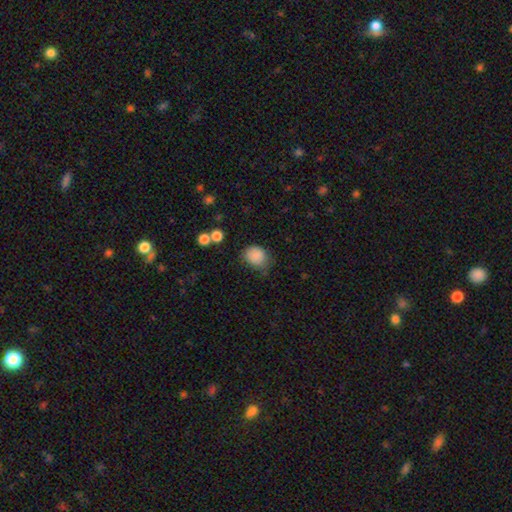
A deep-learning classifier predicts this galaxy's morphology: Smooth or featured: smooth — 86% (star or artifact — 9%)
How rounded: round — 59% (in between — 40%)
Merging: none — 58% (minor disturbance — 31%)